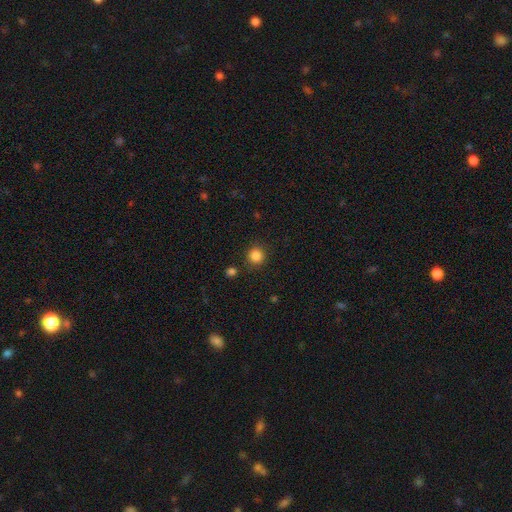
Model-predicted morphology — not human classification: Overall: smooth (84%). How rounded: round (94%). Merging: none (89%).